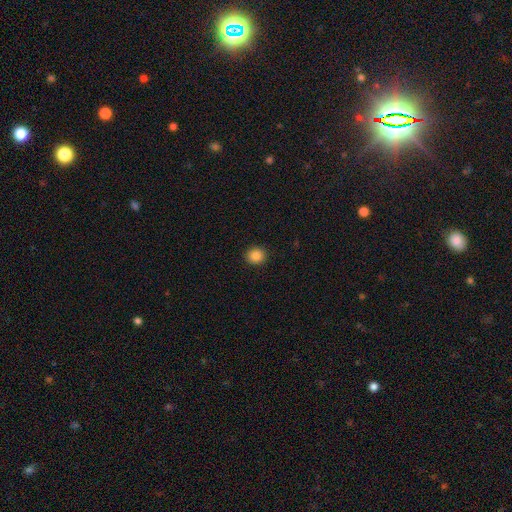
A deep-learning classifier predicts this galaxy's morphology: type=smooth (86%); roundness=round (87%); merging=none (92%).